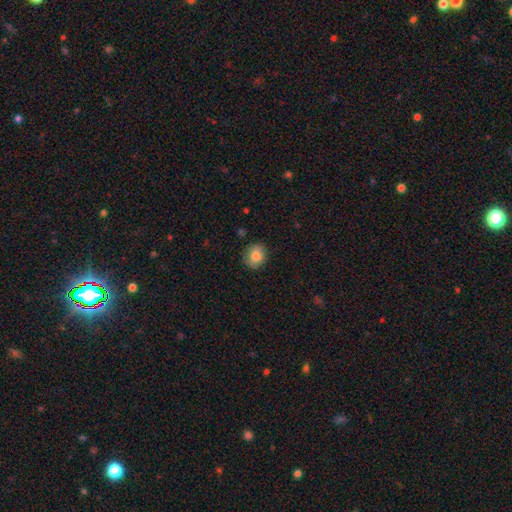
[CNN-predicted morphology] A smooth galaxy with no disk features (82%) that is round (73%).

Vote fractions:
- Smooth or featured? smooth: 82% / featured or disk: 9% / star or artifact: 9%
- How rounded? round: 73% / in between: 26% / cigar-shaped: 1%
- Merging? none: 83% / minor disturbance: 13% / major disturbance: 3% / merger: 1%